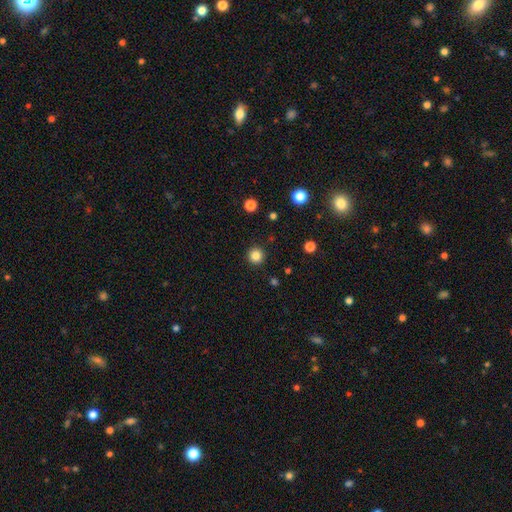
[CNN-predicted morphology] Smooth or featured: smooth — 83% (star or artifact — 12%)
How rounded: round — 96% (in between — 3%)
Merging: none — 92% (minor disturbance — 5%)